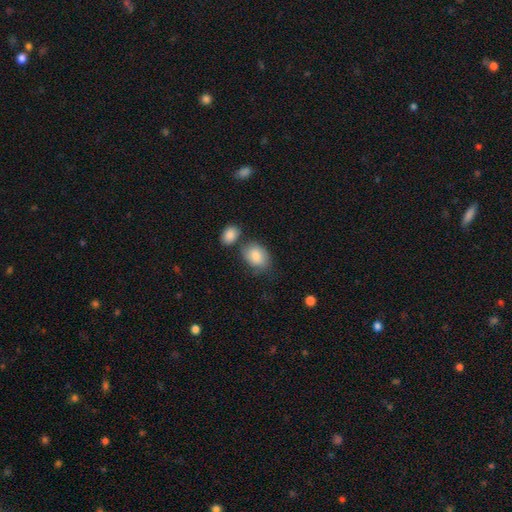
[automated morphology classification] type=smooth (81%); roundness=in between (70%); merging=none (57%).